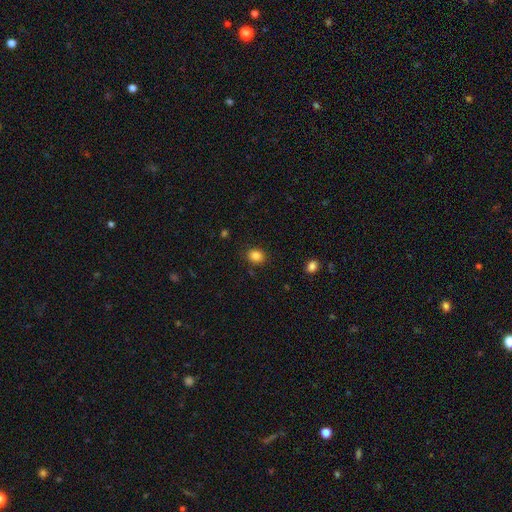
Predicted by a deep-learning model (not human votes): A smooth galaxy with no disk features (84%) that is round (63%). Merging: none (87%).